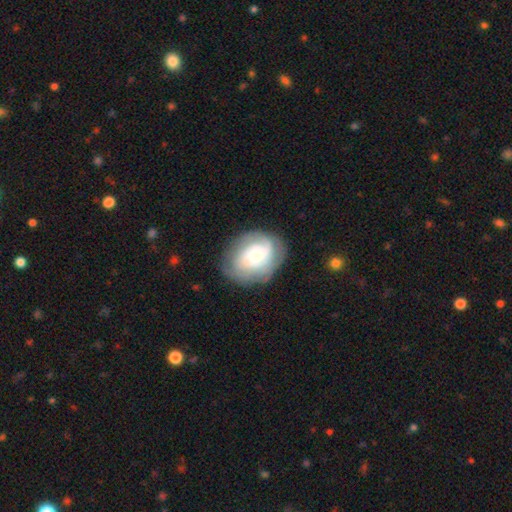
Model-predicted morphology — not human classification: smooth_or_featured: featured or disk (p=0.63) [alt: smooth p=0.30]
disk_edge_on: no (p=0.97) [alt: yes p=0.03]
bar: no (p=0.72) [alt: weak p=0.23]
has_spiral_arms: yes (p=0.87) [alt: no p=0.13]
spiral_winding: tight (p=0.54) [alt: medium p=0.33]
spiral_arm_count: can't tell (p=0.37) [alt: 2 p=0.26]
bulge_size: small (p=0.51) [alt: moderate p=0.29]
merging: none (p=0.71) [alt: minor disturbance p=0.19]